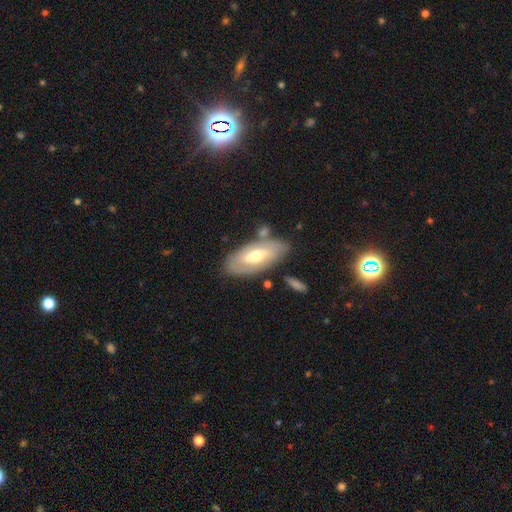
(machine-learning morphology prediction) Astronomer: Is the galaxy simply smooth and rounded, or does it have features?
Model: featured or disk — 56% (runner-up: smooth, 38%).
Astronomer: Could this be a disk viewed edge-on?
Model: no — 81%.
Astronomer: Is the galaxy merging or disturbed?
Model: none — 73%.